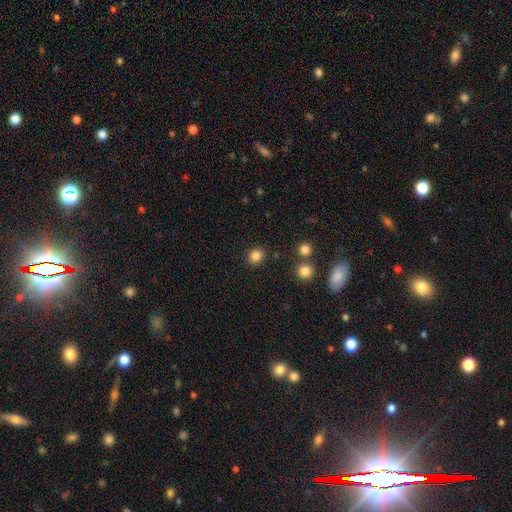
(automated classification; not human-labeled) Smooth or featured: smooth — 84% (star or artifact — 12%)
How rounded: round — 76% (in between — 23%)
Merging: none — 87% (minor disturbance — 8%)